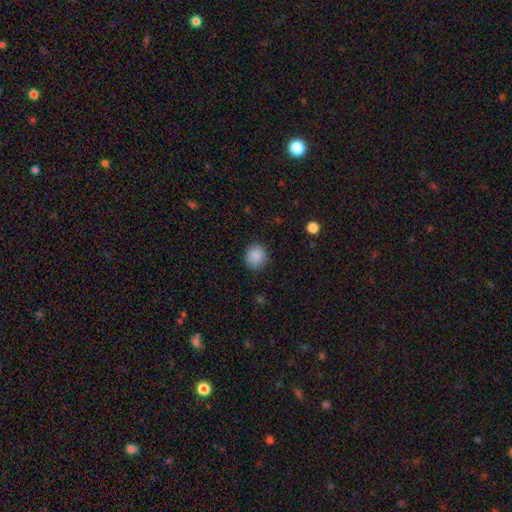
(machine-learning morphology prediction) smooth_or_featured: smooth (p=0.88) [alt: star or artifact p=0.09]
how_rounded: round (p=0.86) [alt: in between p=0.13]
merging: none (p=0.87) [alt: minor disturbance p=0.09]